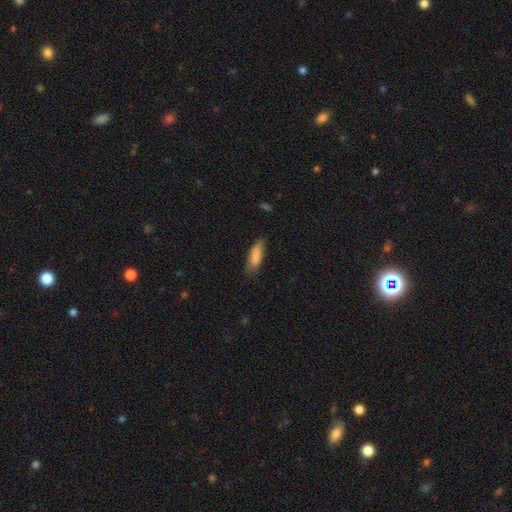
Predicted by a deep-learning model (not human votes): Smooth or featured? Predicted: smooth (p=0.86). How rounded? Predicted: in between (p=0.60). Merging? Predicted: none (p=0.73).